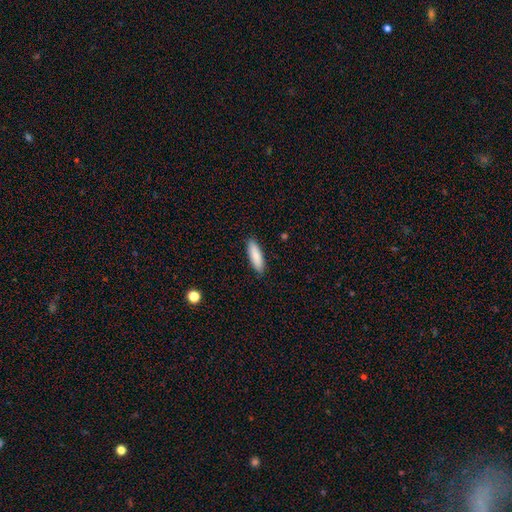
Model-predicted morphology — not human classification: type=smooth (86%); roundness=cigar-shaped (58%); merging=none (90%).